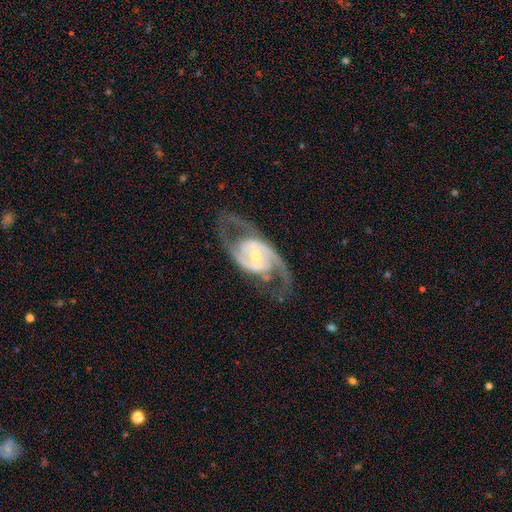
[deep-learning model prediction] smooth_or_featured: featured or disk (p=0.91) [alt: star or artifact p=0.05]
disk_edge_on: no (p=0.96) [alt: yes p=0.04]
bar: weak (p=0.44) [alt: strong p=0.31]
has_spiral_arms: yes (p=0.96) [alt: no p=0.04]
spiral_winding: medium (p=0.57) [alt: loose p=0.23]
spiral_arm_count: 2 (p=0.90) [alt: can't tell p=0.04]
bulge_size: moderate (p=0.51) [alt: small p=0.43]
merging: none (p=0.73) [alt: minor disturbance p=0.13]